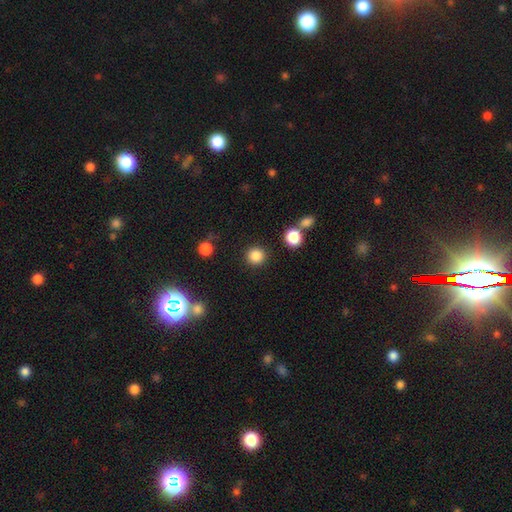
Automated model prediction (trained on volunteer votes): Smooth or featured?
  - smooth: 84% *
  - star or artifact: 12%
  - featured or disk: 4%
How rounded?
  - round: 93% *
  - in between: 6%
  - cigar-shaped: 1%
Merging?
  - none: 88% *
  - minor disturbance: 6%
  - merger: 3%
  - major disturbance: 3%